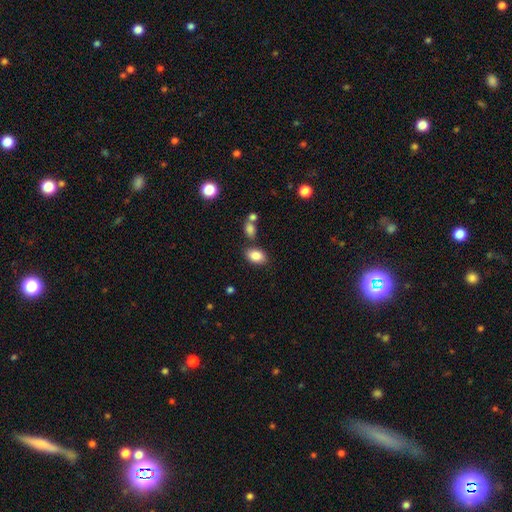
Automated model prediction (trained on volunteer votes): Morphology: type=smooth (86%); roundness=in between (88%); merging=none (74%).